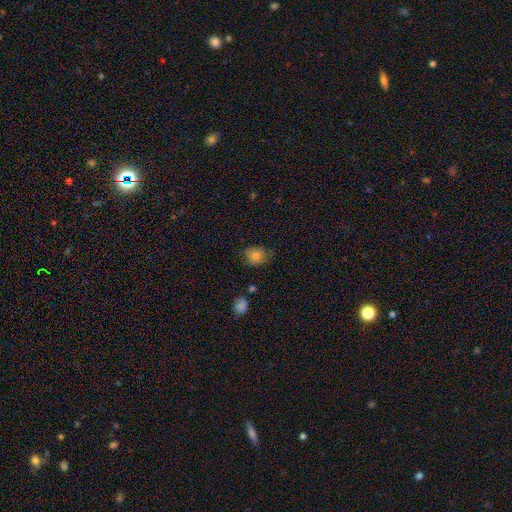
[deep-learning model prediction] Smooth or featured? smooth (80%)
How rounded? round (61%)
Merging? none (67%)